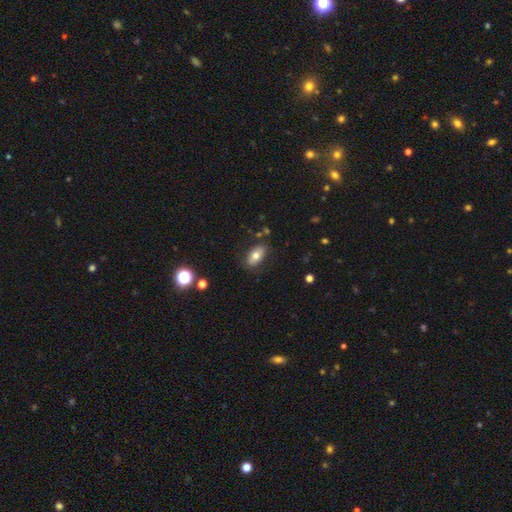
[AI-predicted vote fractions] Smooth or featured?
  - smooth: 72% *
  - featured or disk: 19%
  - star or artifact: 9%
How rounded?
  - in between: 89% *
  - round: 7%
  - cigar-shaped: 4%
Merging?
  - none: 82% *
  - minor disturbance: 12%
  - major disturbance: 3%
  - merger: 3%